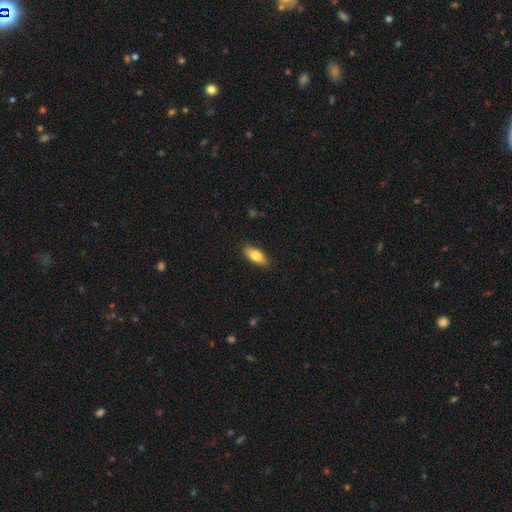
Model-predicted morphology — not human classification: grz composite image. It shows a smooth galaxy with no disk features (80%) that is in between round and cigar-shaped (82%). Merging: none (88%).